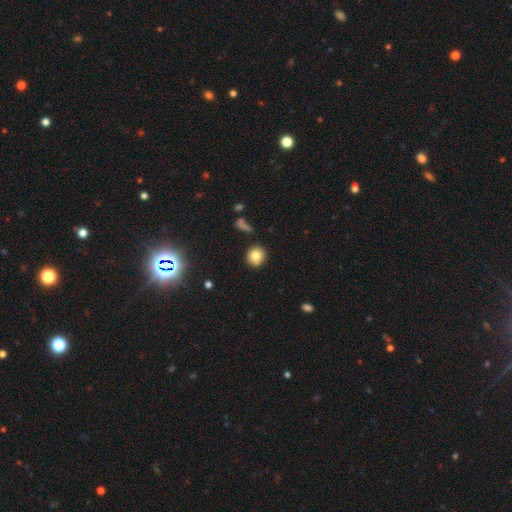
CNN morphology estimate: Smooth or featured?
  - smooth: 80% *
  - star or artifact: 11%
  - featured or disk: 9%
How rounded?
  - round: 88% *
  - in between: 11%
  - cigar-shaped: 1%
Merging?
  - none: 82% *
  - minor disturbance: 11%
  - merger: 4%
  - major disturbance: 3%